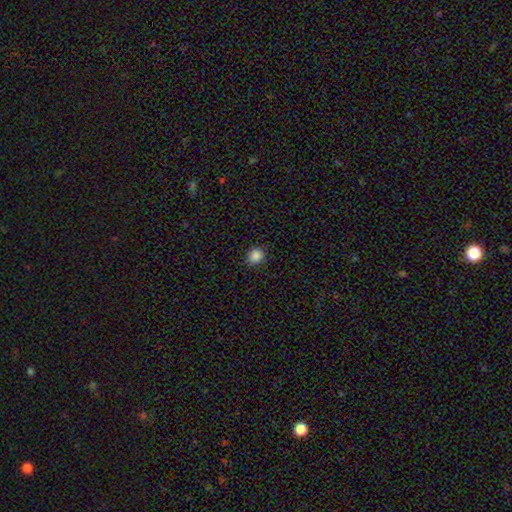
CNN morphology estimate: smooth_or_featured: smooth (p=0.86) [alt: star or artifact p=0.11]
how_rounded: round (p=0.76) [alt: in between p=0.24]
merging: none (p=0.89) [alt: minor disturbance p=0.08]